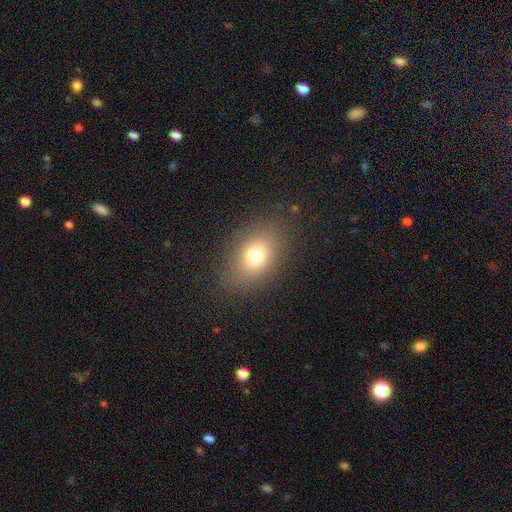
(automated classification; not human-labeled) Morphology: type=smooth (73%); roundness=in between (69%); merging=none (83%).